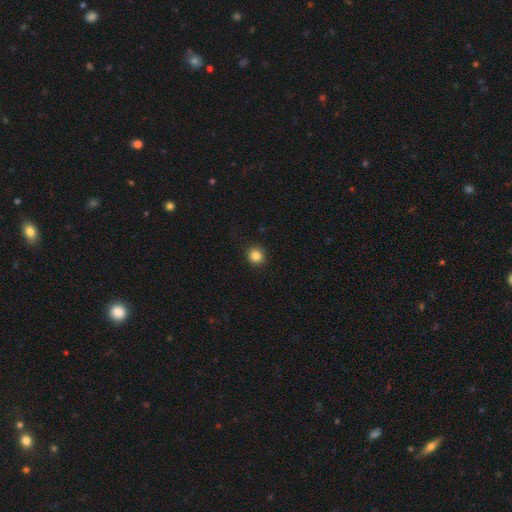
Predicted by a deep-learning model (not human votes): Q: Smooth or featured?
A: smooth (85%); runner-up: star or artifact (11%)
Q: How rounded?
A: round (91%); runner-up: in between (8%)
Q: Merging?
A: none (92%); runner-up: minor disturbance (5%)